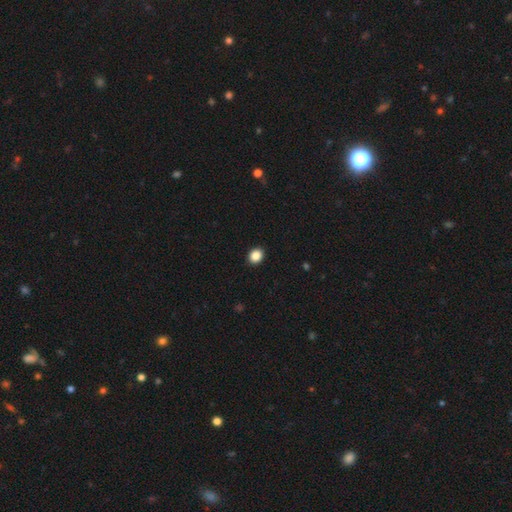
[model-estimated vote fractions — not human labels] A smooth galaxy with no disk features (87%) that is round (60%). Merging: none (92%).